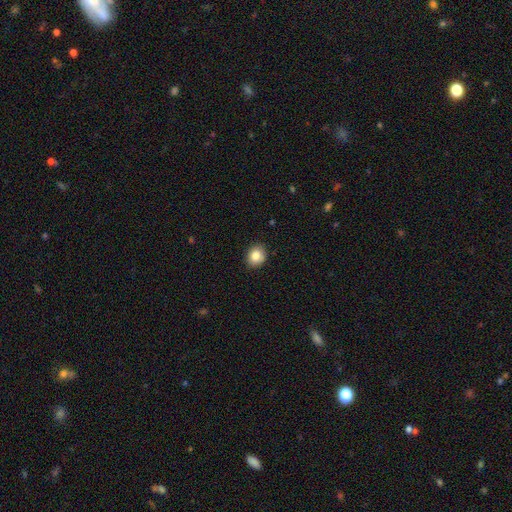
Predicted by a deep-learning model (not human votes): Smooth or featured? Predicted: smooth (p=0.83). How rounded? Predicted: round (p=0.61). Merging? Predicted: none (p=0.88).